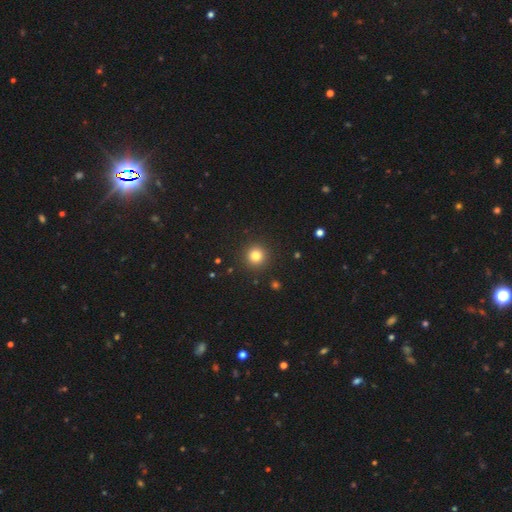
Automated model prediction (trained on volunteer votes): Smooth or featured?
  - smooth: 80% *
  - star or artifact: 13%
  - featured or disk: 6%
How rounded?
  - round: 95% *
  - in between: 4%
  - cigar-shaped: 1%
Merging?
  - none: 92% *
  - minor disturbance: 5%
  - major disturbance: 2%
  - merger: 1%